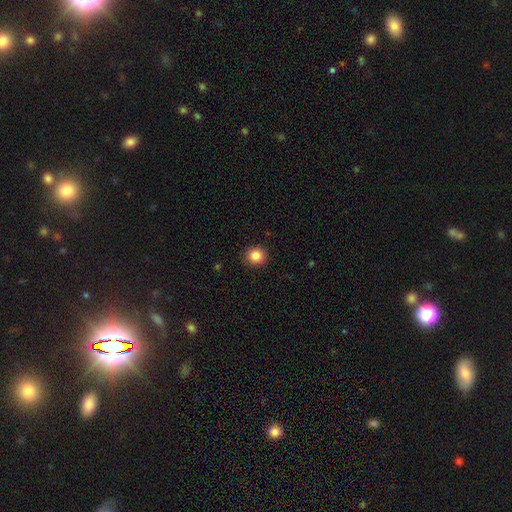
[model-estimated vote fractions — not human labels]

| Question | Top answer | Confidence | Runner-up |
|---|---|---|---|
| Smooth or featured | smooth | 85% | star or artifact (10%) |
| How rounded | round | 84% | in between (16%) |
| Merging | none | 91% | minor disturbance (6%) |